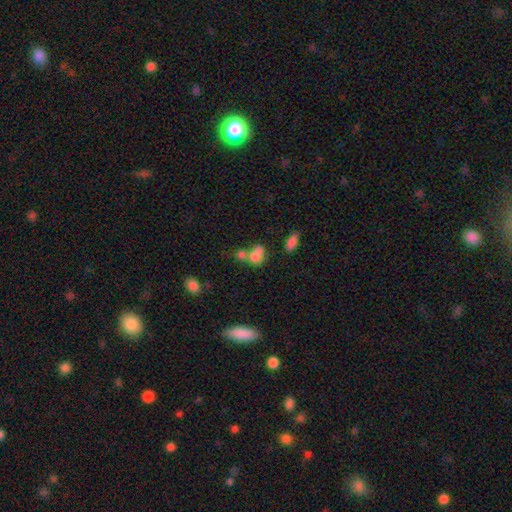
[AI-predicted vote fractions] A smooth galaxy with no disk features (73%) that is in between round and cigar-shaped (56%). Merging: merger (56%).